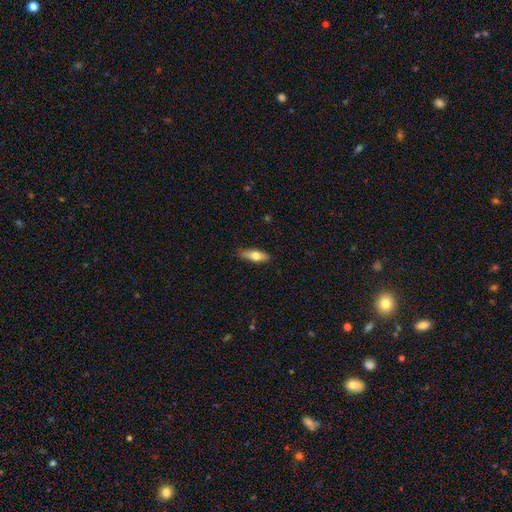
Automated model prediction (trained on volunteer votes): smooth 65%, featured or disk 29%, star or artifact 6%. Down the decision tree: how rounded — in between (53%); merging — none (83%).